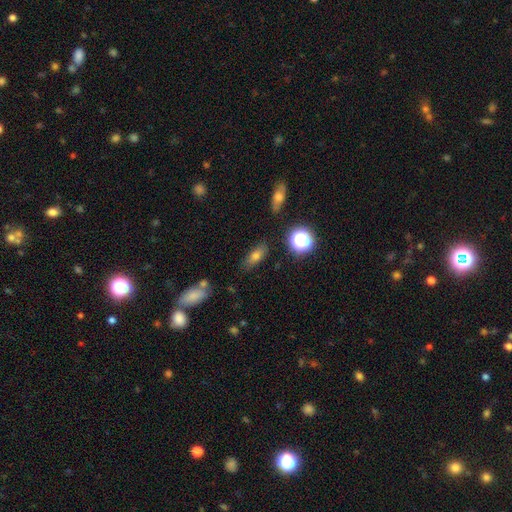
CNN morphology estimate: A smooth galaxy with no disk features (71%) that is in between round and cigar-shaped (72%). Merging: none (80%).